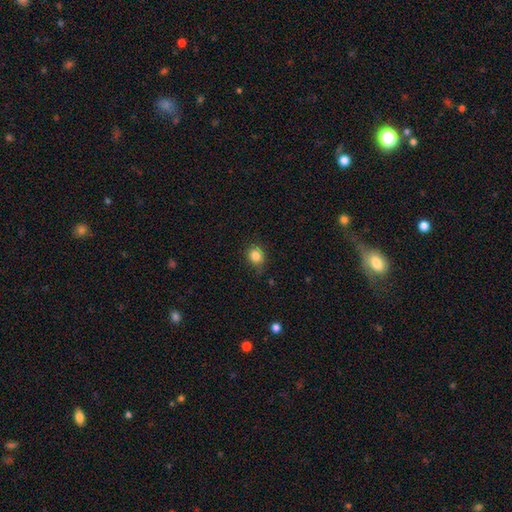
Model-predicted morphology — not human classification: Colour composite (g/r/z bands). It shows a smooth galaxy with no disk features (84%) that is round (76%). Merging: none (82%).